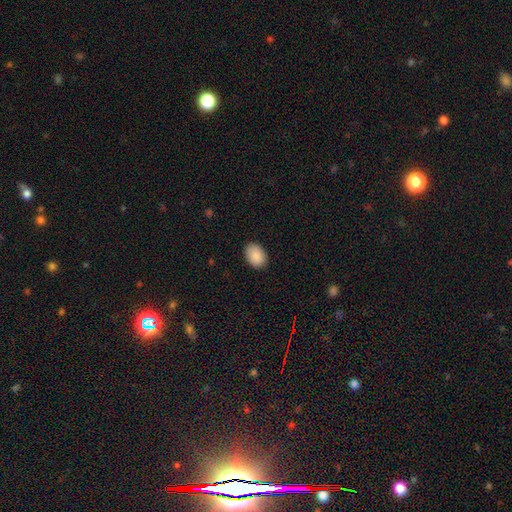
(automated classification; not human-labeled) smooth_or_featured: smooth (p=0.90) [alt: star or artifact p=0.07]
how_rounded: in between (p=0.82) [alt: round p=0.17]
merging: none (p=0.88) [alt: minor disturbance p=0.09]